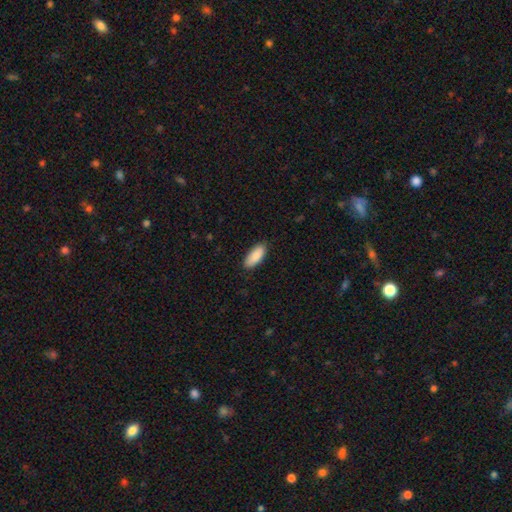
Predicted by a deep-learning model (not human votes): This appears to be a smooth galaxy with no disk features (90%) that is in between round and cigar-shaped (85%). Merging: none (87%).